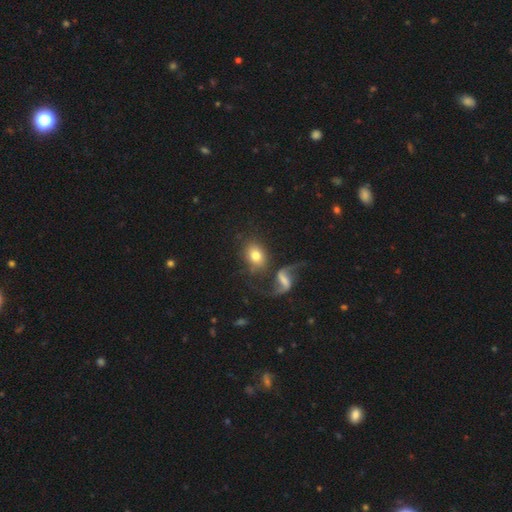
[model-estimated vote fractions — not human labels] Q: Smooth or featured?
A: smooth (68%); runner-up: featured or disk (24%)
Q: How rounded?
A: in between (62%); runner-up: round (37%)
Q: Merging?
A: none (58%); runner-up: merger (17%)